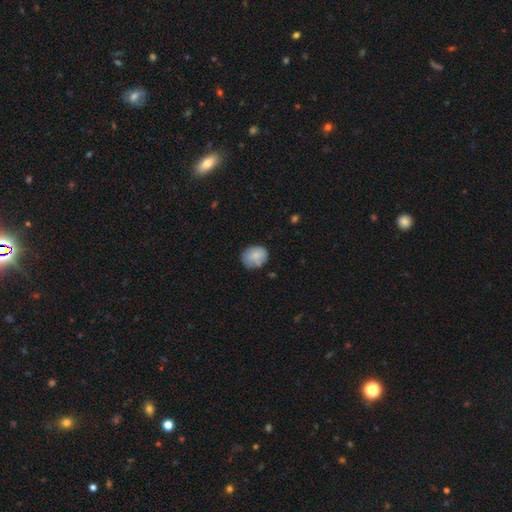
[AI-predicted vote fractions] Overall: smooth (75%). How rounded: round (55%; in between 44%). Merging: none (60%; minor disturbance 28%).